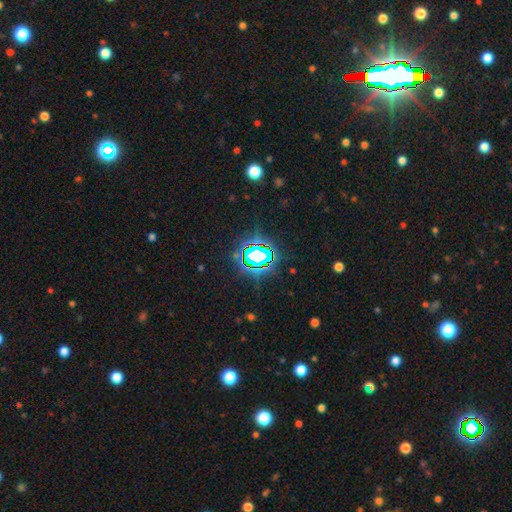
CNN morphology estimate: Smooth or featured? star or artifact (73%)